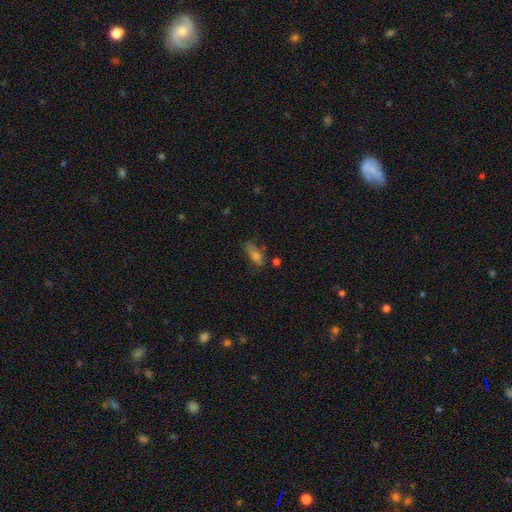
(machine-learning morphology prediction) smooth_or_featured: smooth (p=0.63) [alt: featured or disk p=0.20]
how_rounded: in between (p=0.70) [alt: cigar-shaped p=0.25]
merging: none (p=0.45) [alt: minor disturbance p=0.29]